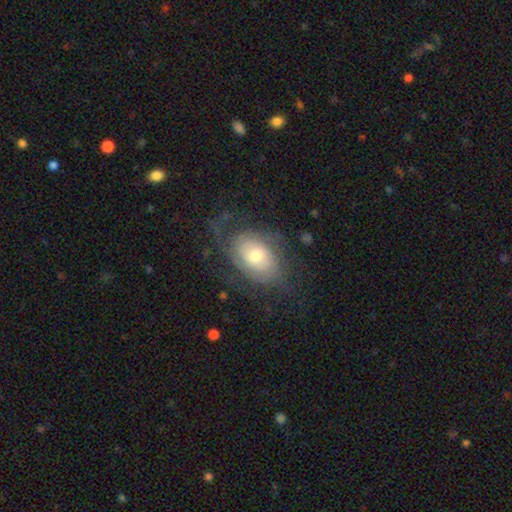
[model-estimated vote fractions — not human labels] Smooth or featured?
  - featured or disk: 66% *
  - smooth: 27%
  - star or artifact: 7%
Edge-on disk?
  - no: 95% *
  - yes: 5%
Bar?
  - no: 74% *
  - weak: 22%
  - strong: 4%
Spiral arms?
  - yes: 82% *
  - no: 18%
Spiral winding?
  - tight: 51% *
  - medium: 31%
  - loose: 18%
Spiral arm count?
  - can't tell: 46% *
  - 2: 29%
  - 3: 9%
  - 1: 8%
  - 4: 4%
  - more than 4: 4%
Bulge size?
  - moderate: 62% *
  - small: 25%
  - large: 10%
  - dominant: 2%
  - none: 1%
Merging?
  - none: 60% *
  - minor disturbance: 20%
  - major disturbance: 19%
  - merger: 1%